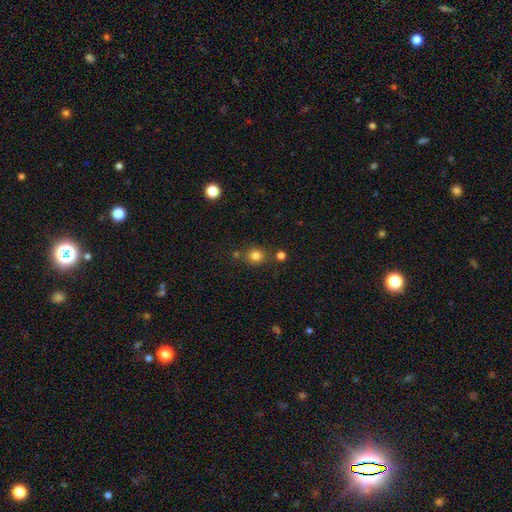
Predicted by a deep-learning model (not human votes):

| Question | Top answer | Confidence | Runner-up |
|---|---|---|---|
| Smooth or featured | smooth | 81% | star or artifact (14%) |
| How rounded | round | 84% | in between (15%) |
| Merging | none | 77% | minor disturbance (10%) |